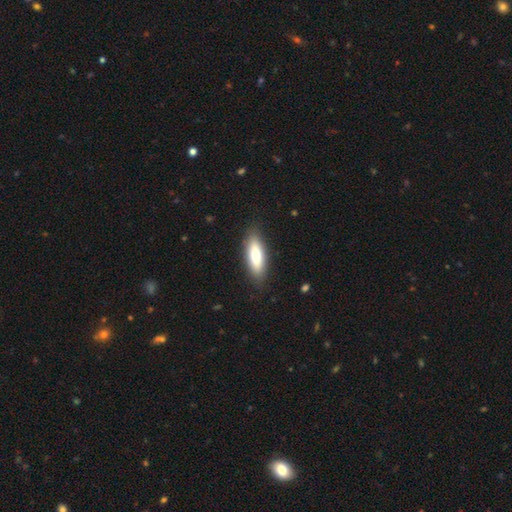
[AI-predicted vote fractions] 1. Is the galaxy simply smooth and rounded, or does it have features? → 77% smooth, 17% featured or disk, 6% star or artifact.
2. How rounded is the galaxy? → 60% in between, 39% cigar-shaped, 2% round.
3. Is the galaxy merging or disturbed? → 86% none, 11% minor disturbance, 2% major disturbance, 1% merger.